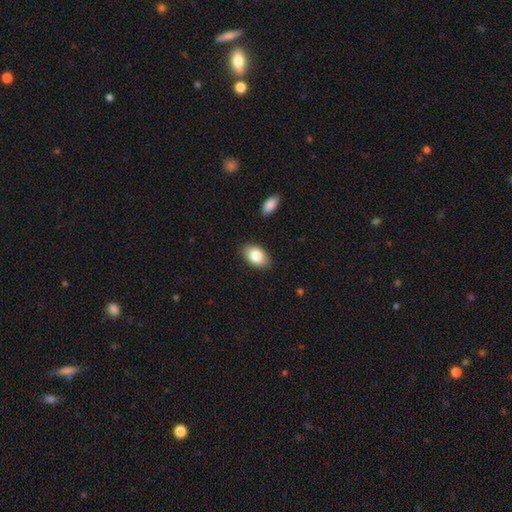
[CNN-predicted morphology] Smooth or featured? smooth (84%)
How rounded? in between (90%)
Merging? none (86%)